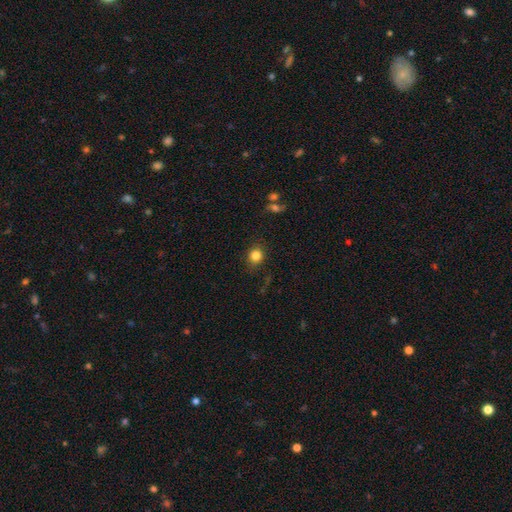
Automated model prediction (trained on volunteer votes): smooth 83%, star or artifact 11%, featured or disk 6%. Down the decision tree: how rounded — round (77%); merging — none (83%).